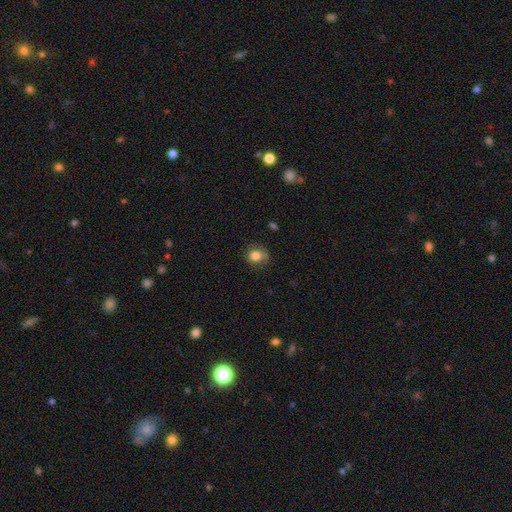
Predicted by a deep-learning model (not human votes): The model was most divided on "merging": none: 65%, minor disturbance: 25%, major disturbance: 8%, merger: 2%. More confident: smooth or featured — smooth (81%); how rounded — round (72%).